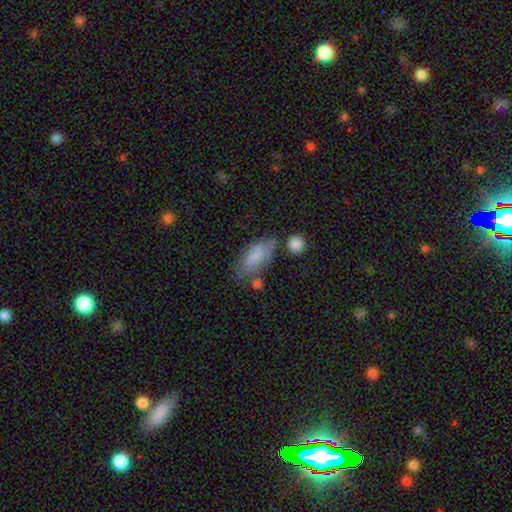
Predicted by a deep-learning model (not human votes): Q: Smooth or featured?
A: smooth (80%); runner-up: featured or disk (13%)
Q: How rounded?
A: in between (79%); runner-up: cigar-shaped (18%)
Q: Merging?
A: none (55%); runner-up: minor disturbance (26%)